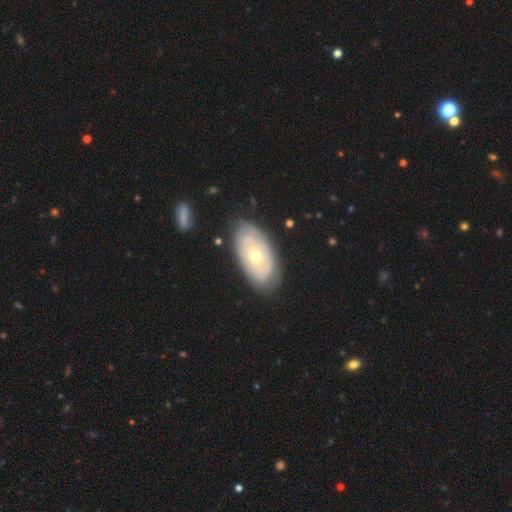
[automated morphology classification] A featured or disk galaxy (72%) with no bar (80%), spiral arms (63%) and a moderate central bulge (66%). Merging: none (77%).